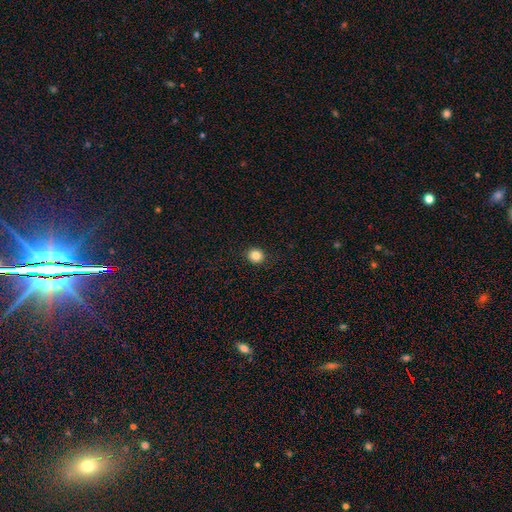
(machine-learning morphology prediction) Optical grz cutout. It shows a smooth galaxy with no disk features (84%) that is round (85%). Merging: none (92%).